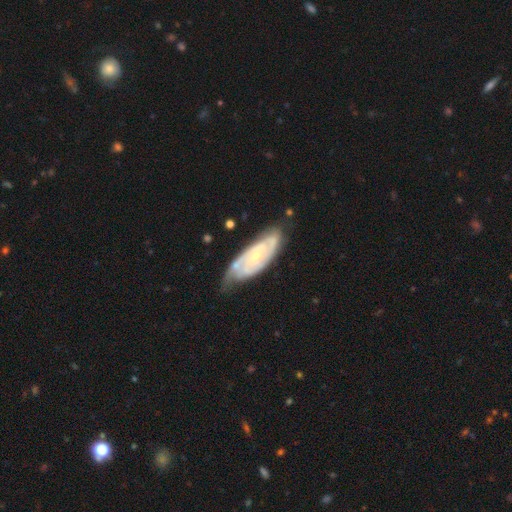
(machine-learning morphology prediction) Q: Smooth or featured?
A: featured or disk (78%); runner-up: smooth (17%)
Q: Edge-on disk?
A: no (89%); runner-up: yes (11%)
Q: Bar?
A: no (69%); runner-up: weak (25%)
Q: Spiral arms?
A: yes (91%); runner-up: no (9%)
Q: Spiral winding?
A: tight (63%); runner-up: medium (29%)
Q: Spiral arm count?
A: 2 (41%); runner-up: can't tell (36%)
Q: Bulge size?
A: small (71%); runner-up: moderate (25%)
Q: Merging?
A: none (64%); runner-up: minor disturbance (26%)